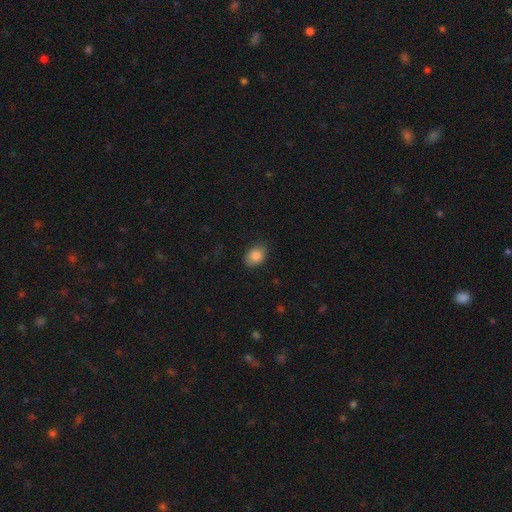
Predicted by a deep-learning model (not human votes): The model was most divided on "how rounded": in between: 79%, round: 20%, cigar-shaped: 1%. More confident: smooth or featured — smooth (86%); merging — none (84%).